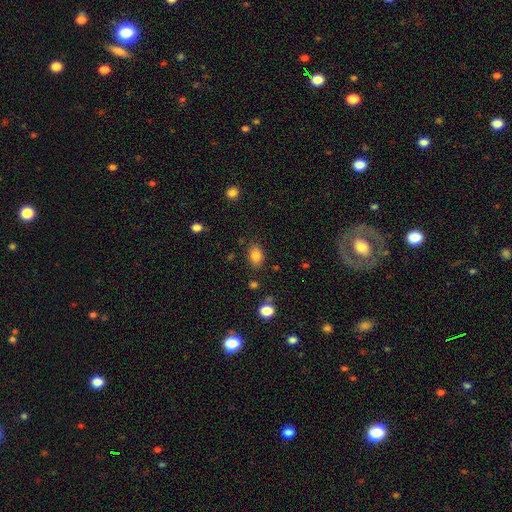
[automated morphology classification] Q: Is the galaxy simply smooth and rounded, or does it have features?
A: smooth — 82%.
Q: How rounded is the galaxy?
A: in between — 75%.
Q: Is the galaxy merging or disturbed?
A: none — 81%.